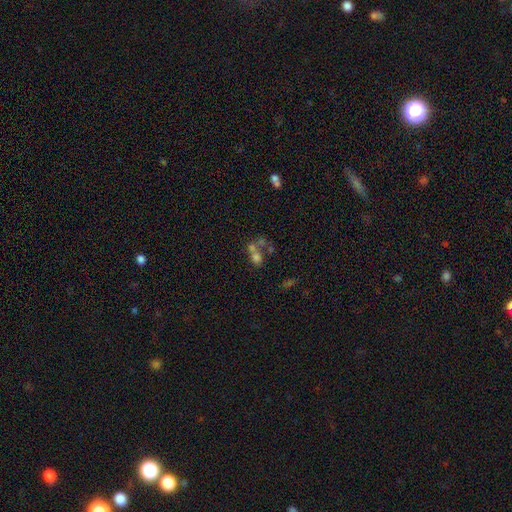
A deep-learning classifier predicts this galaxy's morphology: This appears to be a smooth galaxy with no disk features (51%) that is round (53%). Merging: merger (51%).